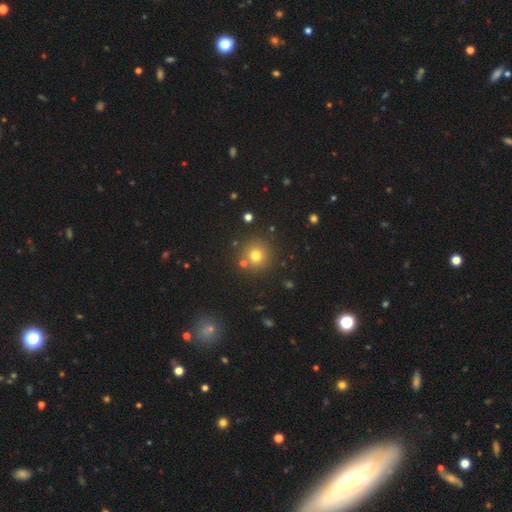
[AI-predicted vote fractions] Smooth or featured?
  - smooth: 74% *
  - star or artifact: 17%
  - featured or disk: 9%
How rounded?
  - round: 94% *
  - in between: 5%
  - cigar-shaped: 1%
Merging?
  - none: 83% *
  - minor disturbance: 7%
  - merger: 7%
  - major disturbance: 3%